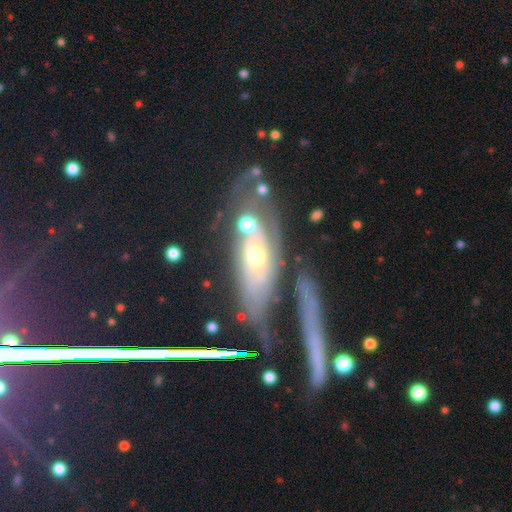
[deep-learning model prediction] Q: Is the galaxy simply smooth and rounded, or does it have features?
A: featured or disk — 58%.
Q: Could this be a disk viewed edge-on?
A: no — 69%.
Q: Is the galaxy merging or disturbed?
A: none — 55%.